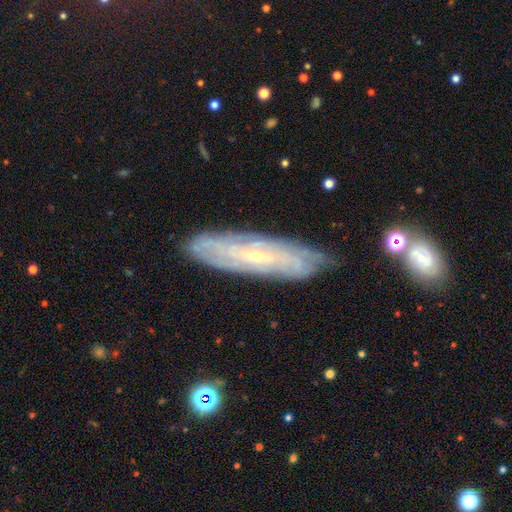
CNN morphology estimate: Smooth or featured?
  - featured or disk: 74% *
  - smooth: 19%
  - star or artifact: 8%
Edge-on disk?
  - no: 72% *
  - yes: 28%
Bar?
  - no: 53% *
  - weak: 34%
  - strong: 13%
Spiral arms?
  - yes: 88% *
  - no: 12%
Bulge size?
  - small: 82% *
  - moderate: 13%
  - none: 3%
  - large: 1%
  - dominant: 1%
Merging?
  - none: 81% *
  - minor disturbance: 14%
  - major disturbance: 3%
  - merger: 2%